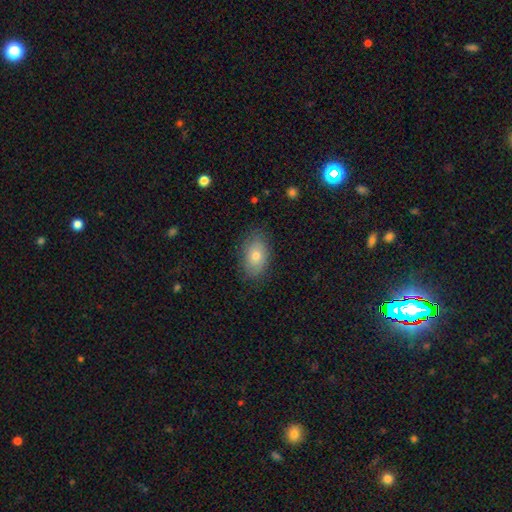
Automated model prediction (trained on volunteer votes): This appears to be a smooth galaxy with no disk features (74%) that is in between round and cigar-shaped (87%). Merging: none (82%).